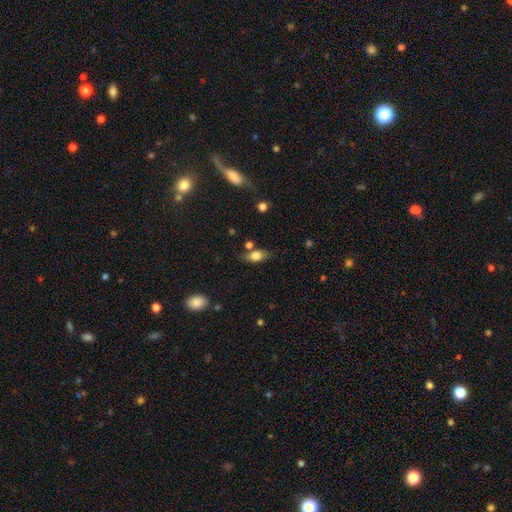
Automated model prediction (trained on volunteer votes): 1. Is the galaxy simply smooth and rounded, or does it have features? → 72% smooth, 19% featured or disk, 9% star or artifact.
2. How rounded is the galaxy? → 80% in between, 11% cigar-shaped, 9% round.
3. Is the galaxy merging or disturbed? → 67% none, 18% minor disturbance, 10% merger, 5% major disturbance.